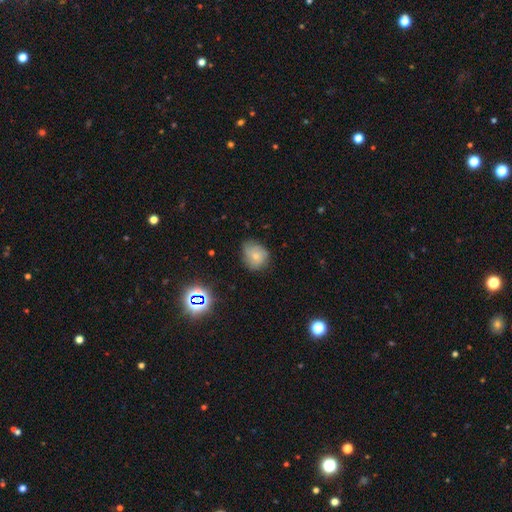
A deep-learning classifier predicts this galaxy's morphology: smooth 62%, featured or disk 24%, star or artifact 14%. Down the decision tree: how rounded — round (61%); merging — none (61%).